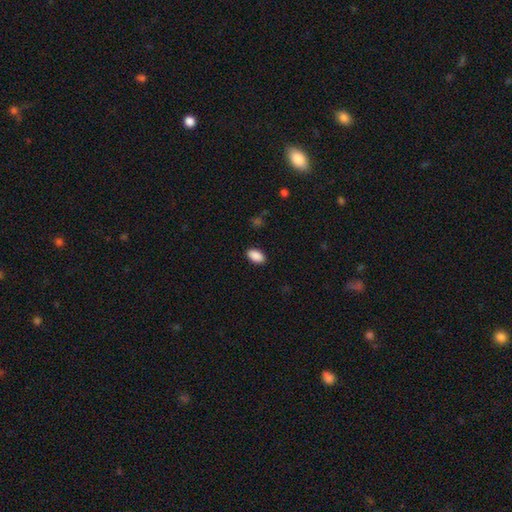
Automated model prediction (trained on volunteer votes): The model was most divided on "merging": none: 89%, minor disturbance: 8%, major disturbance: 2%, merger: 1%. More confident: how rounded — in between (94%); smooth or featured — smooth (90%).